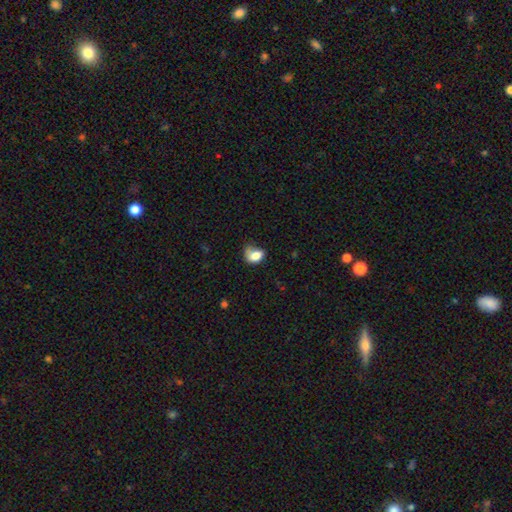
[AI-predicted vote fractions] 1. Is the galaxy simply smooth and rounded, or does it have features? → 79% smooth, 12% featured or disk, 9% star or artifact.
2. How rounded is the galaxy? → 66% in between, 33% round, 1% cigar-shaped.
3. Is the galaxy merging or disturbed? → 38% minor disturbance, 33% none, 24% major disturbance, 6% merger.